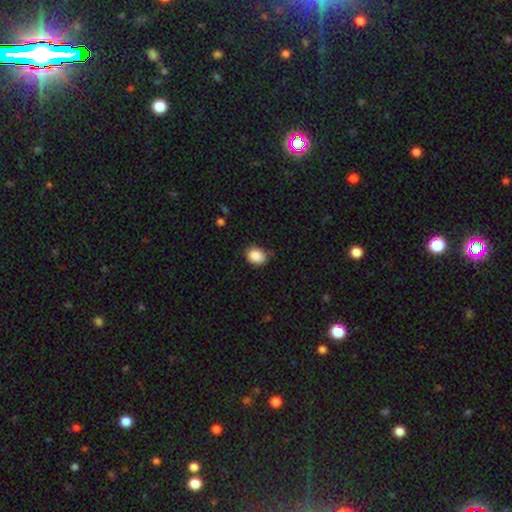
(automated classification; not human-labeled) This is clearly a smooth galaxy (88%). How rounded: possibly in between (56%). Merging: likely none (70%).